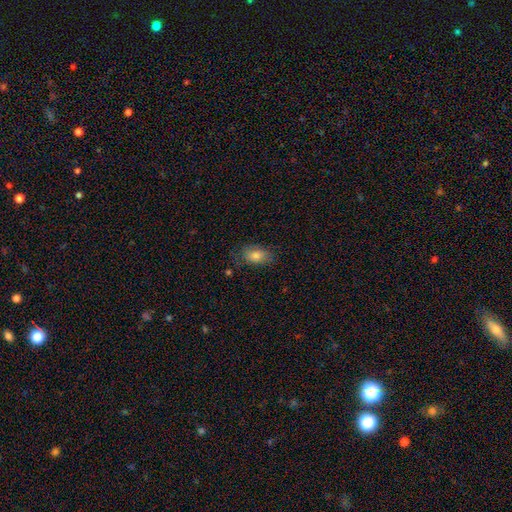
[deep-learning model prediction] Smooth or featured? smooth (78%)
How rounded? in between (88%)
Merging? none (73%)